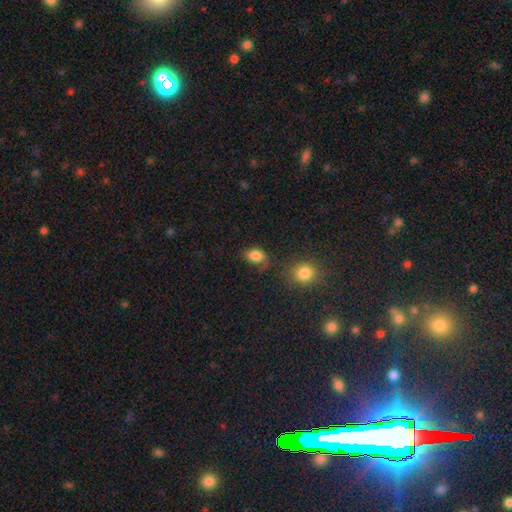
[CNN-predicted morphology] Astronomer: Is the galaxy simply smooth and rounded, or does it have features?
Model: smooth — 82%.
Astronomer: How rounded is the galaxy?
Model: in between — 65%.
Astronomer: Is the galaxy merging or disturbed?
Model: none — 51% (runner-up: minor disturbance, 28%).